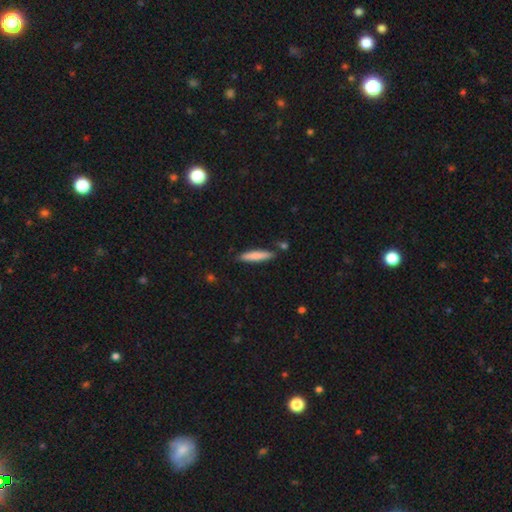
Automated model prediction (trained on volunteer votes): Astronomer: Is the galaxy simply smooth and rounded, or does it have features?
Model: smooth — 78%.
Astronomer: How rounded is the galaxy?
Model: cigar-shaped — 89%.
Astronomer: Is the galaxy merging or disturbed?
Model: none — 82%.